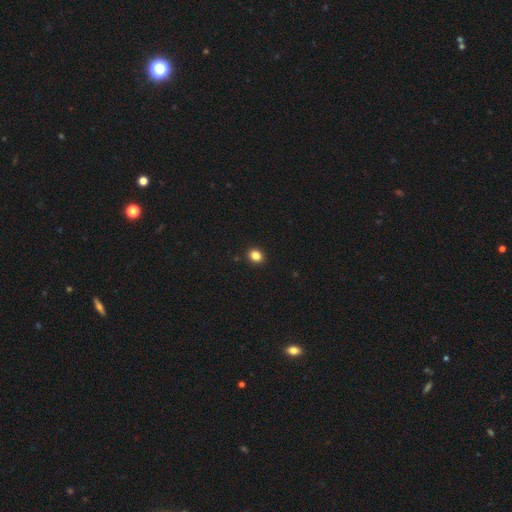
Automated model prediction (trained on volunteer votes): smooth_or_featured: smooth (p=0.85) [alt: star or artifact p=0.11]
how_rounded: round (p=0.67) [alt: in between p=0.32]
merging: none (p=0.92) [alt: minor disturbance p=0.06]